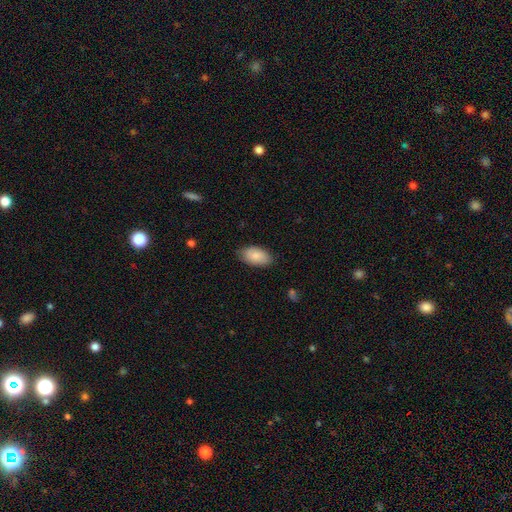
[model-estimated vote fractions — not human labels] smooth 85%, featured or disk 8%, star or artifact 6%. Down the decision tree: how rounded — in between (94%); merging — none (80%).